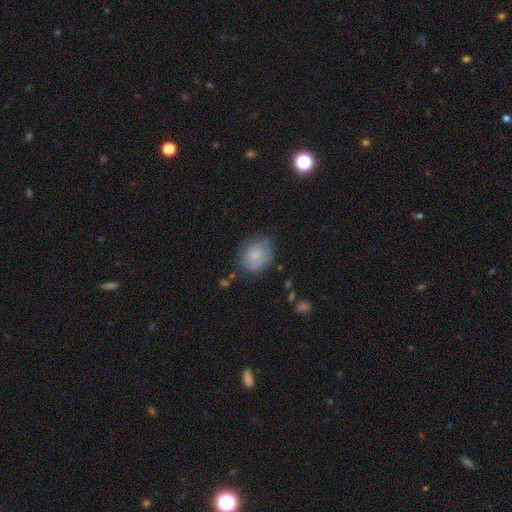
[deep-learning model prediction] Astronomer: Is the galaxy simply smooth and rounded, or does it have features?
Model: smooth — 66%.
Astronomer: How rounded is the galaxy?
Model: in between — 50% (runner-up: round, 49%).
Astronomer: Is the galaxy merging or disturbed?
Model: none — 61%.